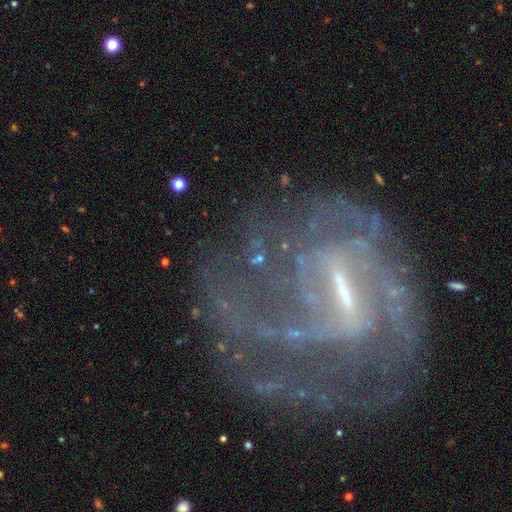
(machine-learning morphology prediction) Smooth or featured: featured or disk — 85% (star or artifact — 9%)
Edge-on disk: no — 96% (yes — 4%)
Bar: strong — 54% (weak — 36%)
Spiral arms: yes — 87% (no — 13%)
Spiral winding: medium — 41% (tight — 35%)
Spiral arm count: 2 — 33% (can't tell — 32%)
Bulge size: small — 50% (moderate — 24%)
Merging: none — 47% (major disturbance — 31%)